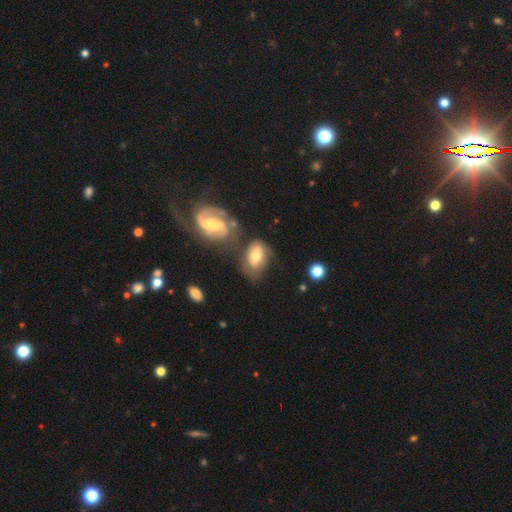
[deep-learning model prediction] Q: Smooth or featured?
A: smooth (52%); runner-up: featured or disk (40%)
Q: How rounded?
A: in between (85%); runner-up: round (13%)
Q: Merging?
A: none (50%); runner-up: merger (20%)